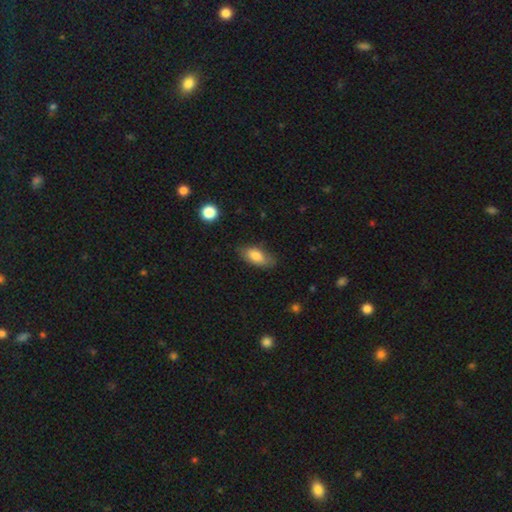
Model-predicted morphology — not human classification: type=smooth (78%); roundness=in between (87%); merging=none (73%).